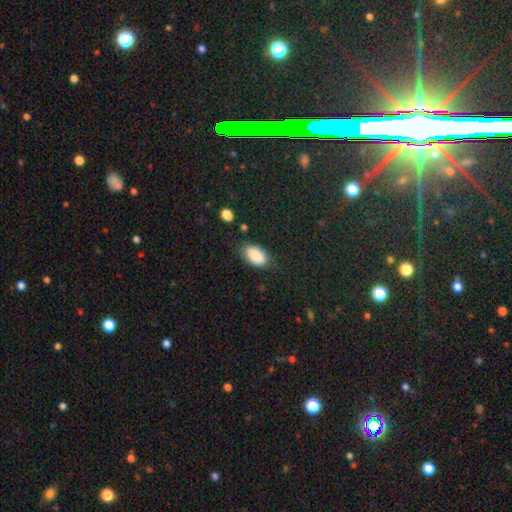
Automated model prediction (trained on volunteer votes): smooth-or-featured: smooth: 86% | star or artifact: 7% | featured or disk: 7%
  how-rounded: in between: 93% | round: 5% | cigar-shaped: 2%
  merging: none: 74% | minor disturbance: 19% | major disturbance: 5% | merger: 2%